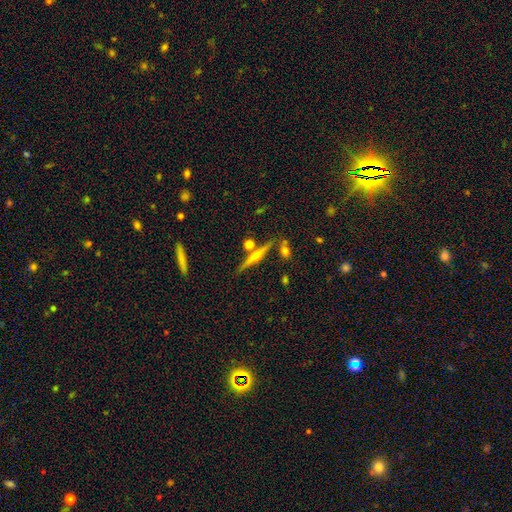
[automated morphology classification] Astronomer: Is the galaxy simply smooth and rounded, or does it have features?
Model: featured or disk — 65%.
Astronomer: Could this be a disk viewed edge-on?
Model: yes — 96%.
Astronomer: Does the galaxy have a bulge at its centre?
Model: rounded — 77%.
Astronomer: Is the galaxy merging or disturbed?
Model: none — 78%.